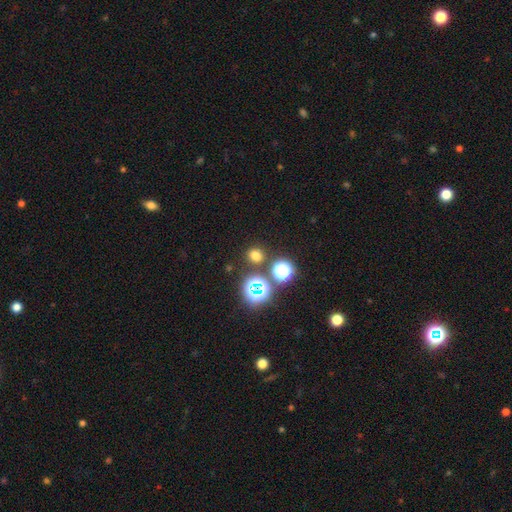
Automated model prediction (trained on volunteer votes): Smooth or featured? Predicted: smooth (p=0.67). How rounded? Predicted: round (p=0.78). Merging? Predicted: none (p=0.84).